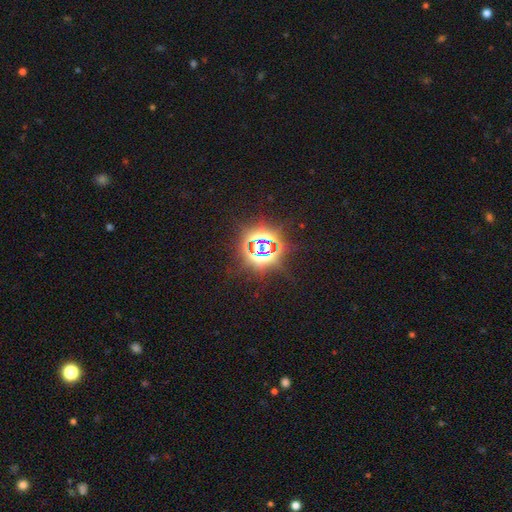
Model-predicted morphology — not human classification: smooth_or_featured: star or artifact (p=0.82) [alt: smooth p=0.10]